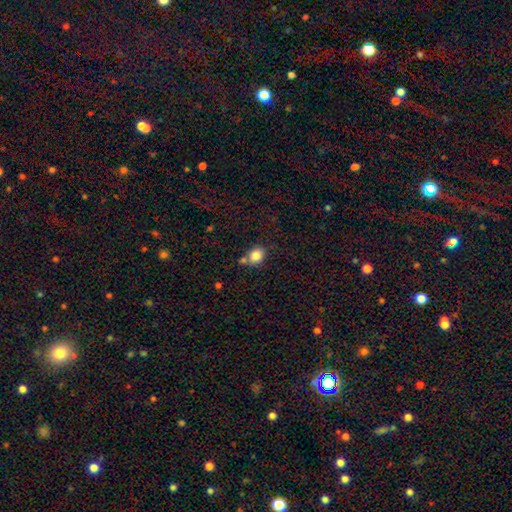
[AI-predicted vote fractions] A smooth galaxy with no disk features (85%) that is round (52%). Merging: none (61%).